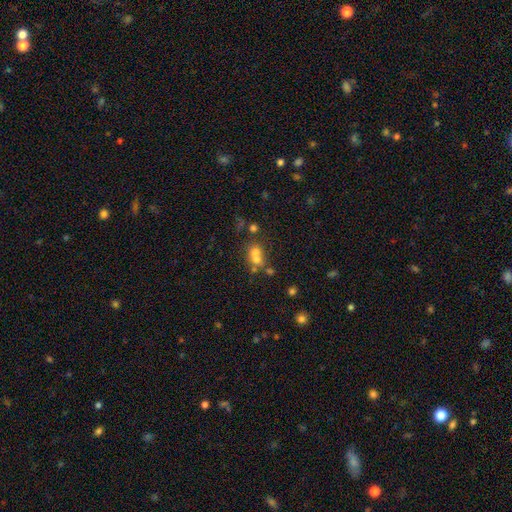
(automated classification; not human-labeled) This appears to be a smooth galaxy with no disk features (61%) that is round (64%). Merging: merger (56%).